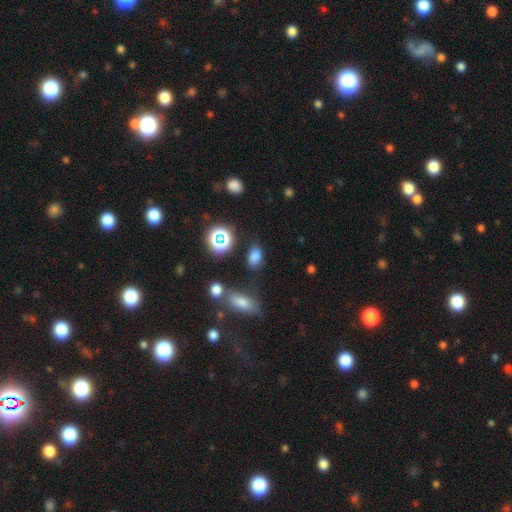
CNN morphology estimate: Smooth or featured? Predicted: smooth (p=0.74). How rounded? Predicted: in between (p=0.84). Merging? Predicted: none (p=0.73).